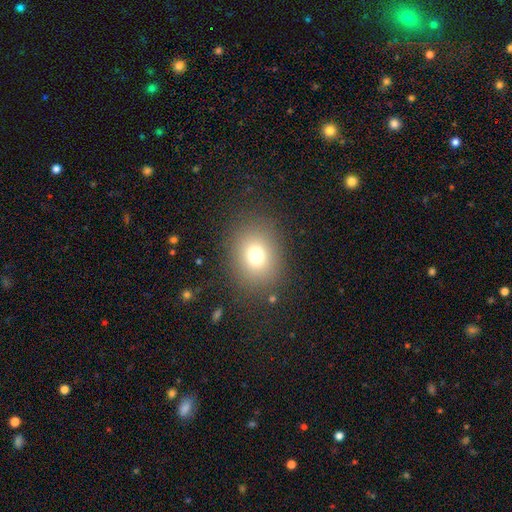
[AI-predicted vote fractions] A smooth galaxy with no disk features (74%) that is round (50%).

Vote fractions:
- Smooth or featured? smooth: 74% / star or artifact: 15% / featured or disk: 11%
- How rounded? round: 50% / in between: 49% / cigar-shaped: 1%
- Merging? none: 84% / minor disturbance: 9% / major disturbance: 5% / merger: 1%